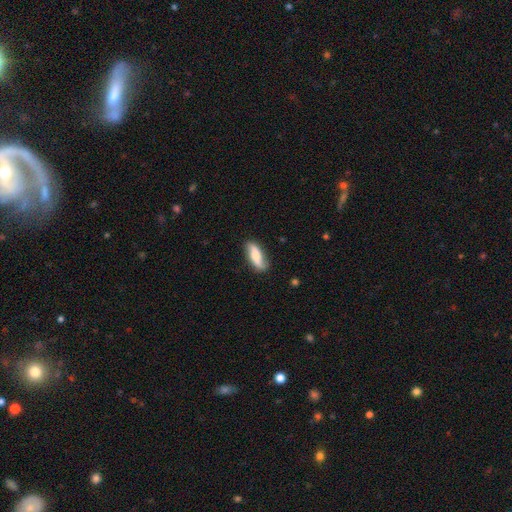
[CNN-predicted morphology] smooth-or-featured: smooth: 56% | featured or disk: 38% | star or artifact: 7%
  how-rounded: in between: 65% | cigar-shaped: 32% | round: 3%
  merging: none: 78% | minor disturbance: 17% | major disturbance: 4% | merger: 2%